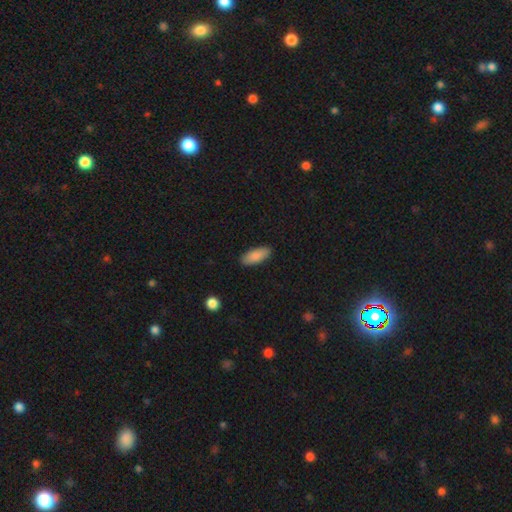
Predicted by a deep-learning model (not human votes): Overall: smooth (87%). How rounded: in between (80%). Merging: none (88%).